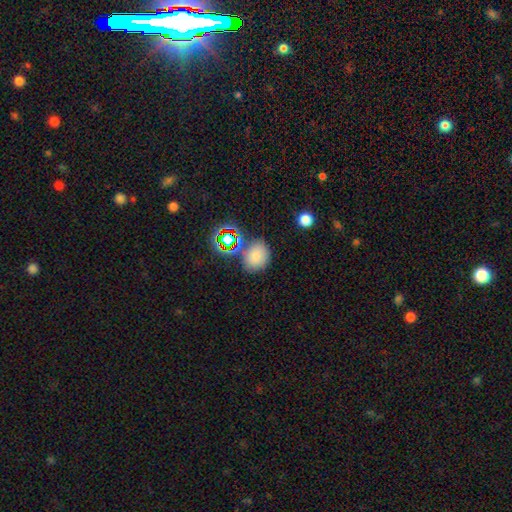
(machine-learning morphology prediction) type=smooth (71%); roundness=round (69%); merging=none (69%).